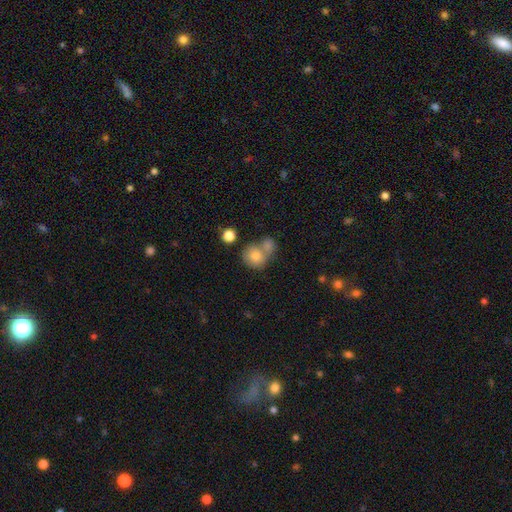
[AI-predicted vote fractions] Q: Smooth or featured?
A: smooth (80%); runner-up: featured or disk (11%)
Q: How rounded?
A: round (80%); runner-up: in between (19%)
Q: Merging?
A: merger (48%); runner-up: none (39%)